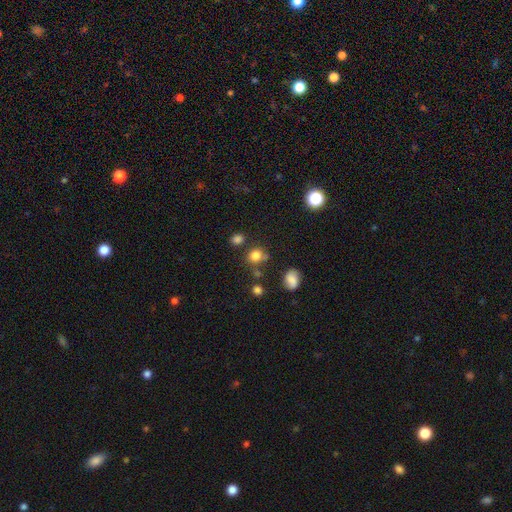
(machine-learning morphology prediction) Smooth or featured? Predicted: smooth (p=0.79). How rounded? Predicted: round (p=0.68). Merging? Predicted: none (p=0.66).